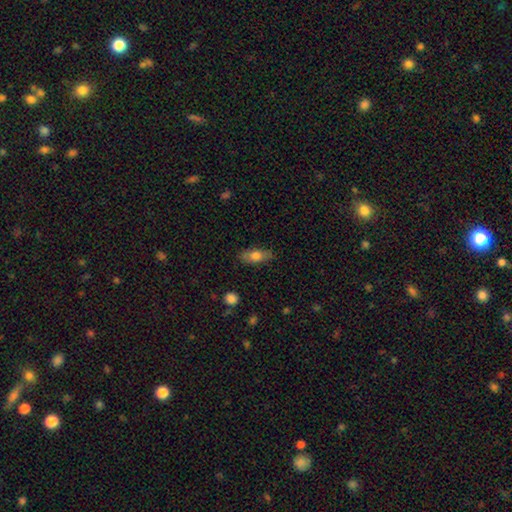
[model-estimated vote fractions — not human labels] This is likely a smooth galaxy (73%). How rounded: likely in between (77%). Merging: clearly none (82%).